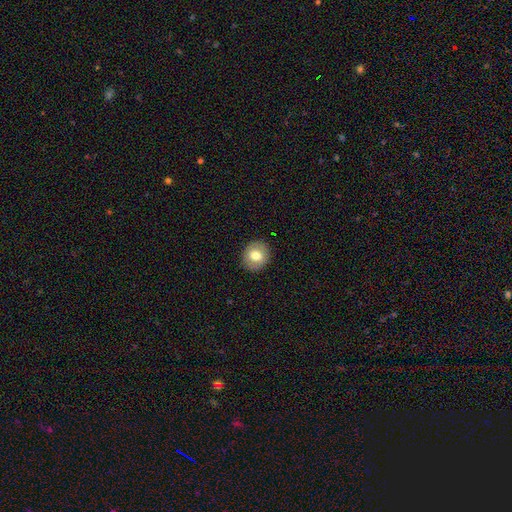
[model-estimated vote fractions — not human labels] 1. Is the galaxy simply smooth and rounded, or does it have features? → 75% smooth, 17% featured or disk, 8% star or artifact.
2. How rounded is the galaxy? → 83% round, 17% in between, 1% cigar-shaped.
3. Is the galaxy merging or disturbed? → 90% none, 7% minor disturbance, 2% major disturbance, 1% merger.